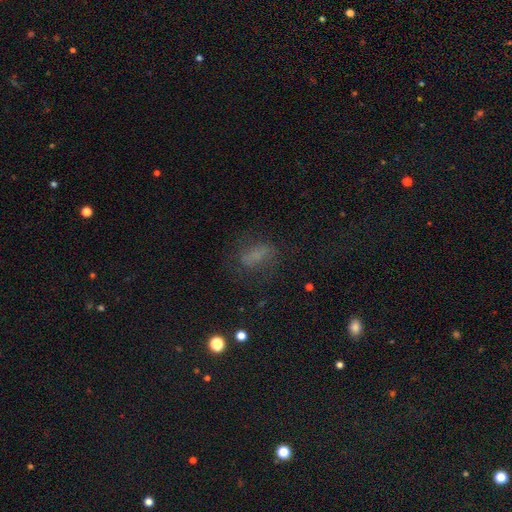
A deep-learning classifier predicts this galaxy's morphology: A smooth galaxy with no disk features (57%) that is in between round and cigar-shaped (70%).

Vote fractions:
- Smooth or featured? smooth: 57% / featured or disk: 23% / star or artifact: 21%
- How rounded? in between: 70% / cigar-shaped: 19% / round: 11%
- Merging? none: 62% / minor disturbance: 18% / major disturbance: 17% / merger: 2%